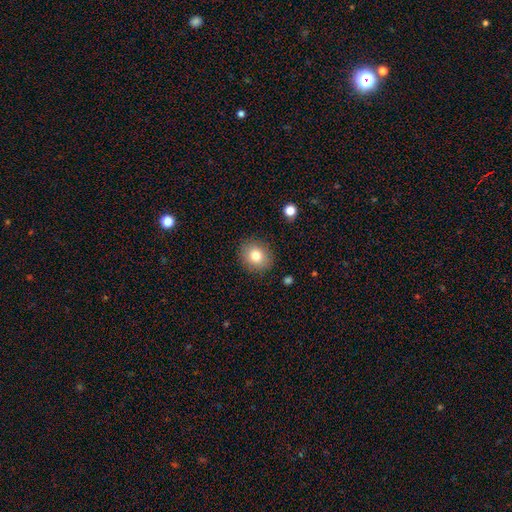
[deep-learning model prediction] The model was most divided on "how rounded": round: 67%, in between: 32%, cigar-shaped: 1%. More confident: merging — none (88%); smooth or featured — smooth (80%).